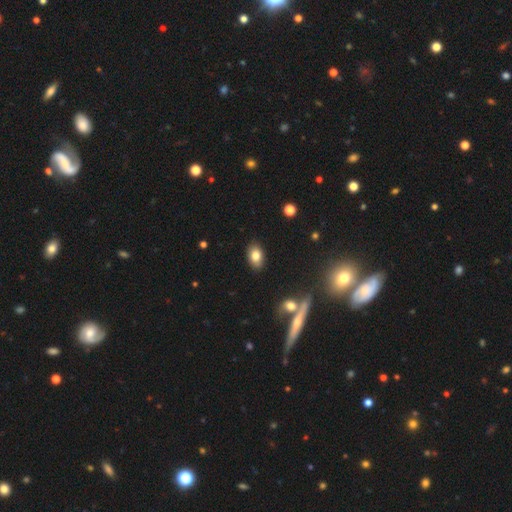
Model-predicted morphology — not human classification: Q: Smooth or featured?
A: smooth (80%); runner-up: featured or disk (11%)
Q: How rounded?
A: in between (87%); runner-up: round (12%)
Q: Merging?
A: none (87%); runner-up: minor disturbance (9%)